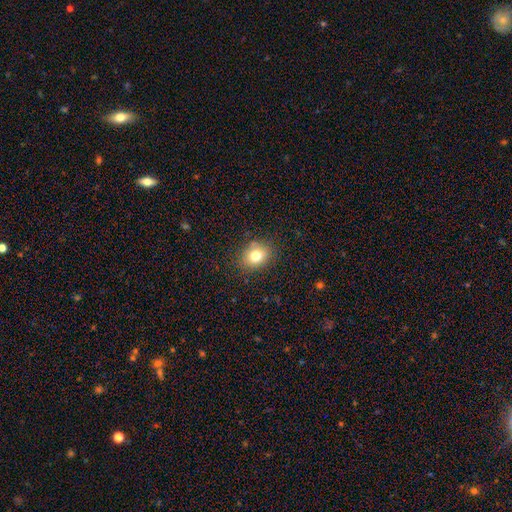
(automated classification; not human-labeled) This appears to be a smooth galaxy with no disk features (77%) that is in between round and cigar-shaped (51%). Merging: none (84%).